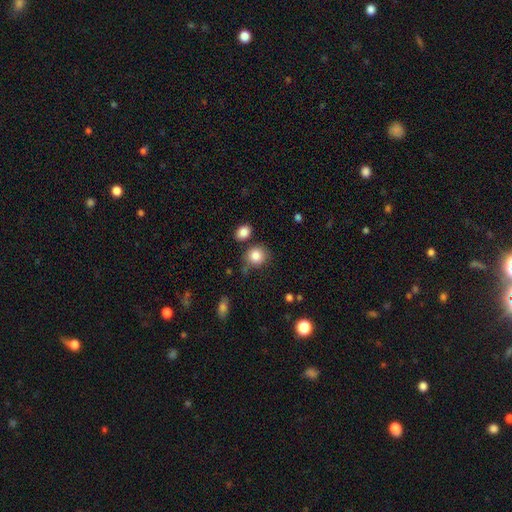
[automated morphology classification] Smooth or featured? smooth (85%)
How rounded? round (78%)
Merging? none (72%)